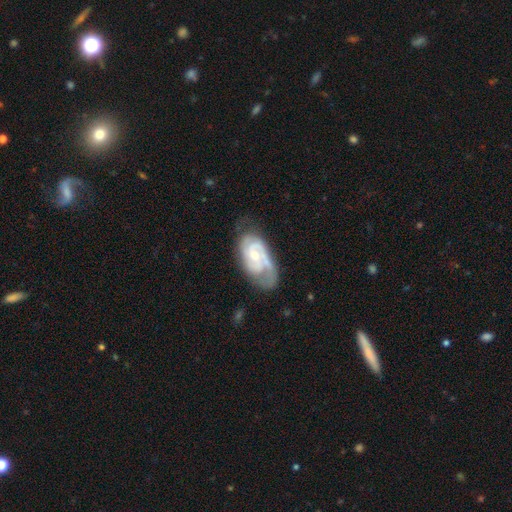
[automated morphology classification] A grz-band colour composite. It shows a featured or disk galaxy (84%) with no bar (59%), 2 (52%) tight (49%) spiral arms (95%) and a small central bulge (54%). Merging: none (56%).